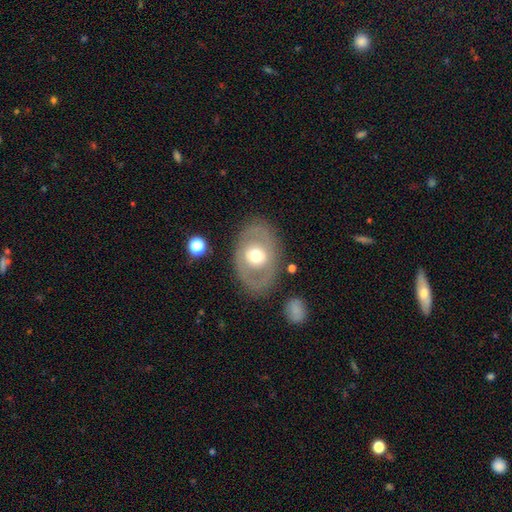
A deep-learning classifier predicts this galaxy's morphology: smooth-or-featured: featured or disk: 52% | smooth: 42% | star or artifact: 6%
  disk-edge-on: no: 91% | yes: 9%
  merging: none: 80% | minor disturbance: 11% | major disturbance: 6% | merger: 2%